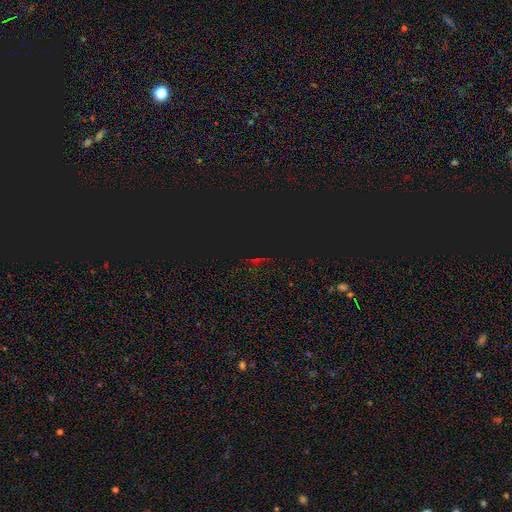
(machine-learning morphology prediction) Smooth or featured: star or artifact — 81% (smooth — 11%)